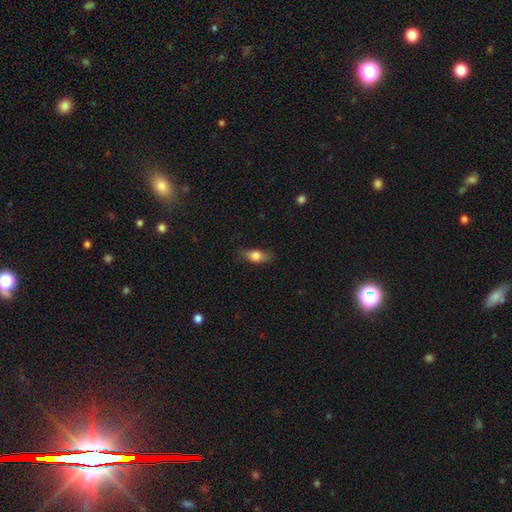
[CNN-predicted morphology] type=smooth (74%); roundness=in between (77%); merging=none (75%).